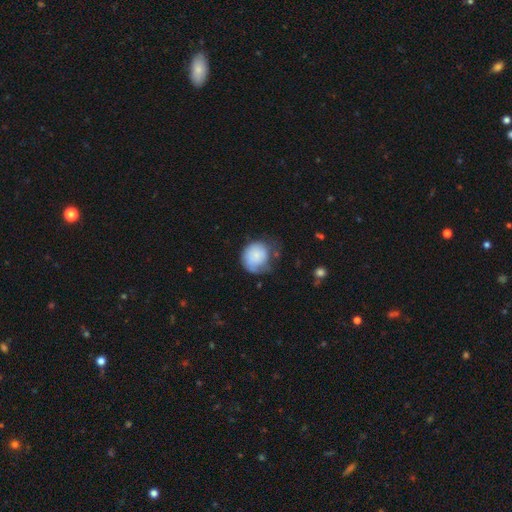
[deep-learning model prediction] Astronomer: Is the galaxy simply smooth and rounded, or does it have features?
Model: smooth — 77%.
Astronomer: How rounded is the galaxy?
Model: round — 76%.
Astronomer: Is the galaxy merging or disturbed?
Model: minor disturbance — 38% (runner-up: none, 36%).